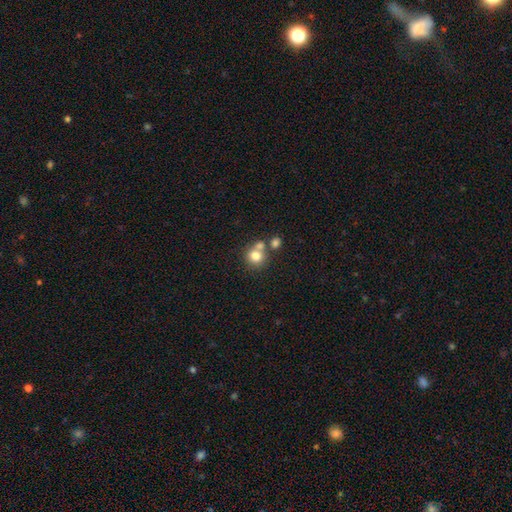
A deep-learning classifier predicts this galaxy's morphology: smooth-or-featured: smooth: 76% | star or artifact: 12% | featured or disk: 12%
  how-rounded: round: 87% | in between: 12% | cigar-shaped: 1%
  merging: none: 52% | merger: 37% | minor disturbance: 8% | major disturbance: 3%